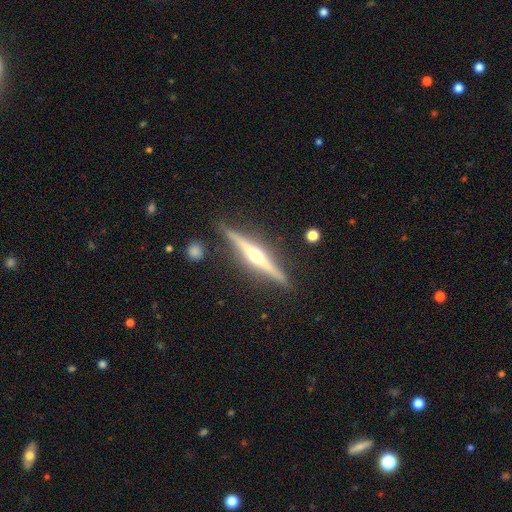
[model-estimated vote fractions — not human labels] Smooth or featured: featured or disk — 83% (smooth — 13%)
Edge-on disk: yes — 98% (no — 2%)
Edge-on bulge: rounded — 93% (none — 4%)
Merging: none — 88% (minor disturbance — 8%)